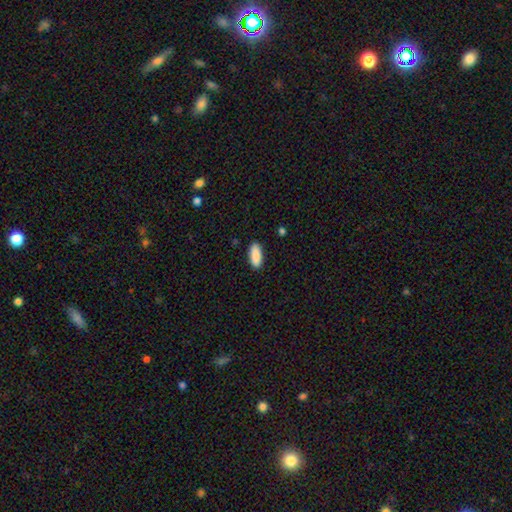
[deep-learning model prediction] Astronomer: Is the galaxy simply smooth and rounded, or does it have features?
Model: smooth — 90%.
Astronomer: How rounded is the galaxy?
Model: in between — 77%.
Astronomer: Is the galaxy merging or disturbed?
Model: none — 89%.